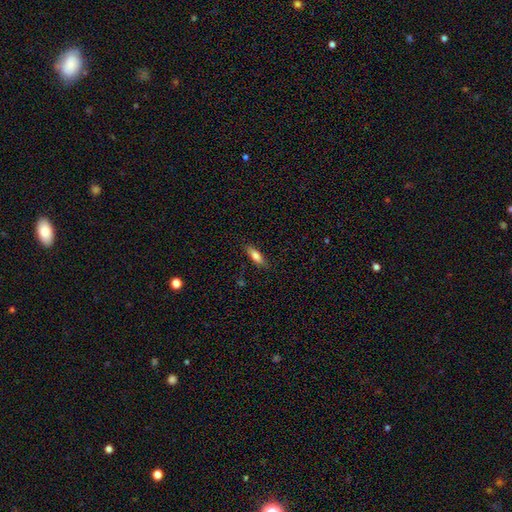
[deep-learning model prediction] smooth 78%, featured or disk 15%, star or artifact 7%. Down the decision tree: how rounded — in between (59%); merging — none (84%).